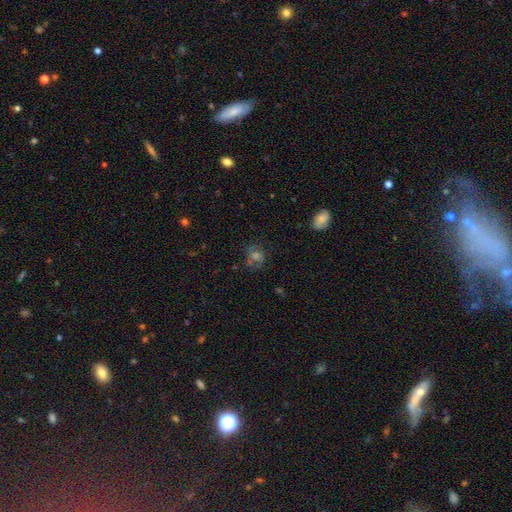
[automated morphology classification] smooth-or-featured: smooth: 41% | star or artifact: 31% | featured or disk: 28%
  merging: none: 67% | minor disturbance: 17% | major disturbance: 11% | merger: 5%